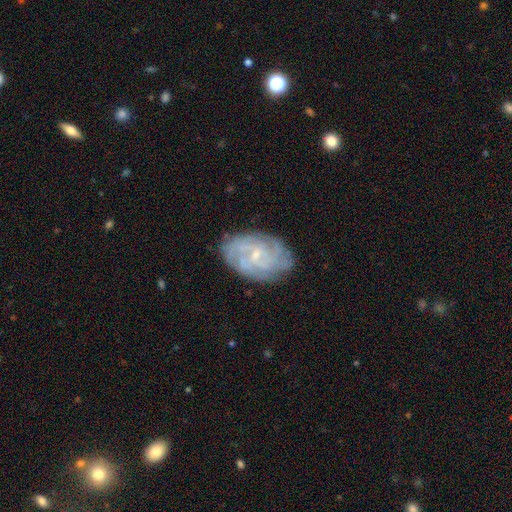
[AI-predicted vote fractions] Smooth or featured: featured or disk — 80% (smooth — 13%)
Edge-on disk: no — 96% (yes — 4%)
Bar: no — 59% (weak — 35%)
Spiral arms: yes — 93% (no — 7%)
Spiral winding: tight — 65% (medium — 28%)
Spiral arm count: can't tell — 39% (4 — 20%)
Bulge size: small — 78% (moderate — 17%)
Merging: none — 80% (minor disturbance — 15%)